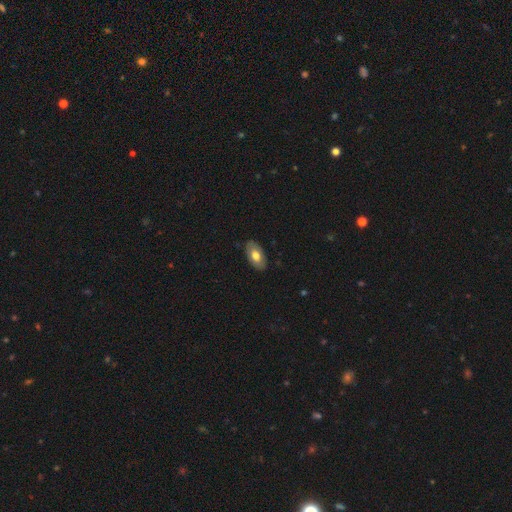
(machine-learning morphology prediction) smooth 70%, featured or disk 24%, star or artifact 6%. Down the decision tree: how rounded — in between (94%); merging — none (86%).